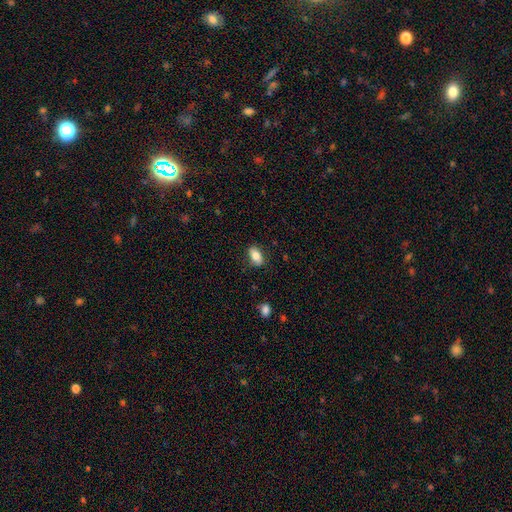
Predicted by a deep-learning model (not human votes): Smooth or featured?
  - smooth: 81% *
  - featured or disk: 12%
  - star or artifact: 7%
How rounded?
  - in between: 89% *
  - round: 7%
  - cigar-shaped: 4%
Merging?
  - none: 84% *
  - minor disturbance: 12%
  - major disturbance: 3%
  - merger: 1%